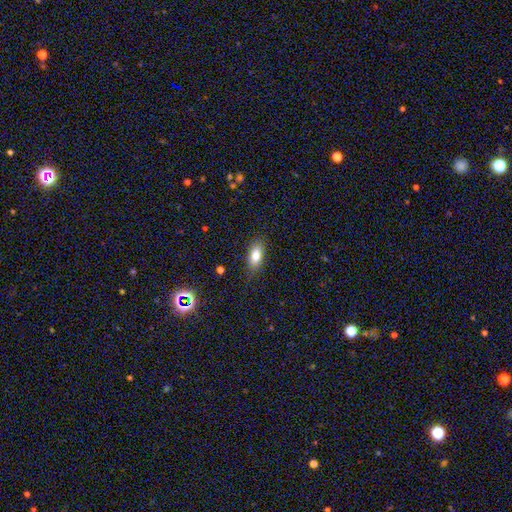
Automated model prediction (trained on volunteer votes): smooth_or_featured: smooth (p=0.81) [alt: featured or disk p=0.10]
how_rounded: in between (p=0.86) [alt: cigar-shaped p=0.10]
merging: none (p=0.81) [alt: minor disturbance p=0.14]